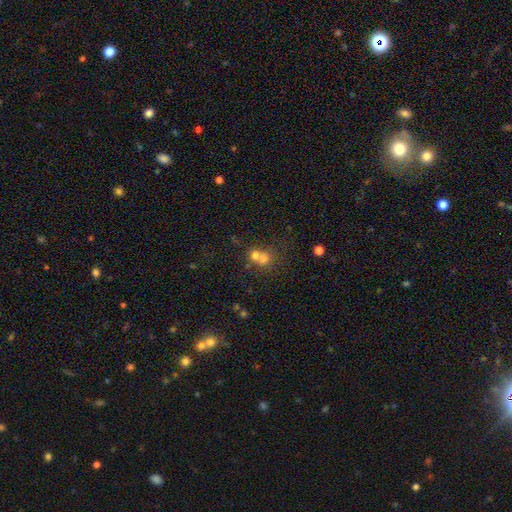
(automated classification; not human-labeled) smooth 66%, featured or disk 18%, star or artifact 16%. Down the decision tree: how rounded — round (77%); merging — merger (62%).